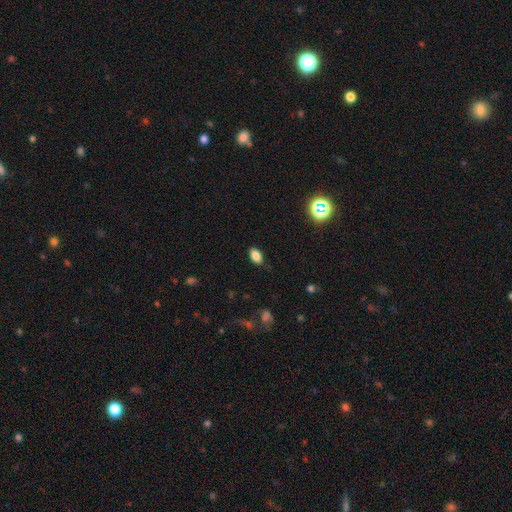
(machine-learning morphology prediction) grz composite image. It shows a smooth galaxy with no disk features (84%) that is in between round and cigar-shaped (90%). Merging: none (85%).